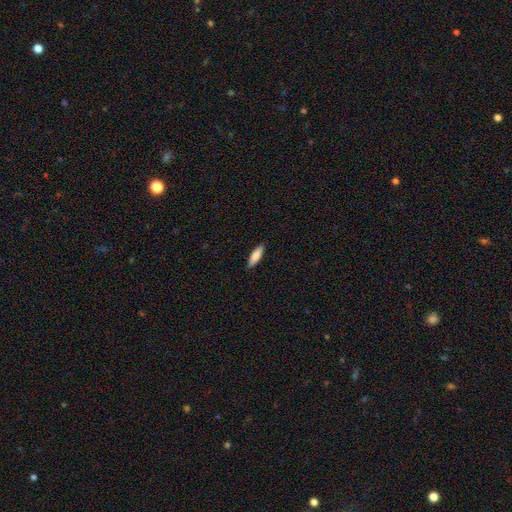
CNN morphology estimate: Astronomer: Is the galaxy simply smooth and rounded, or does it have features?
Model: smooth — 81%.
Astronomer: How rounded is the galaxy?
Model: cigar-shaped — 53% (runner-up: in between, 45%).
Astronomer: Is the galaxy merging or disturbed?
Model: none — 89%.